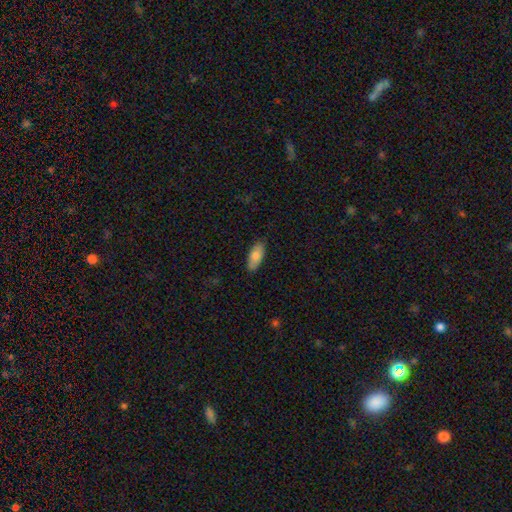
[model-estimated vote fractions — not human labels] smooth 80%, featured or disk 14%, star or artifact 6%. Down the decision tree: how rounded — in between (84%); merging — none (85%).